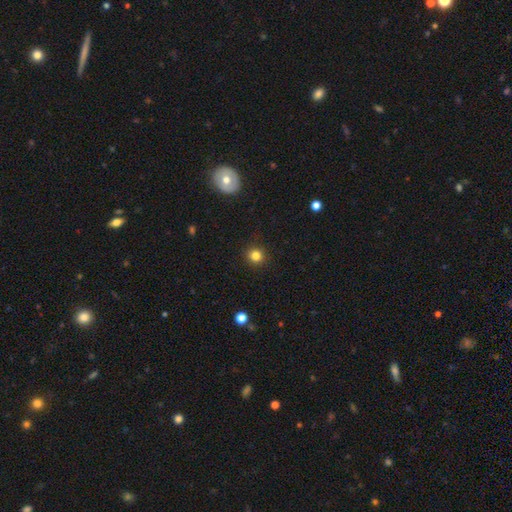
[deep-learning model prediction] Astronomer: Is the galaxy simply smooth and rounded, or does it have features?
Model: smooth — 83%.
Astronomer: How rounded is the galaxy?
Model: round — 92%.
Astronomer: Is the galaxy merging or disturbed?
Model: none — 92%.